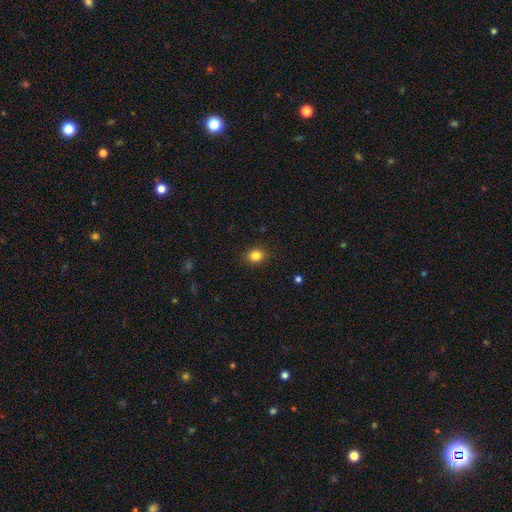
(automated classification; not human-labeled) Overall: smooth (83%). How rounded: round (56%; in between 43%). Merging: none (88%).